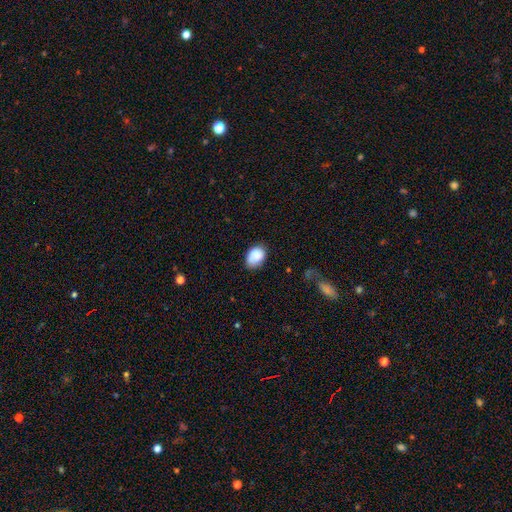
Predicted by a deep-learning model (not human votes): smooth 87%, star or artifact 7%, featured or disk 5%. Down the decision tree: how rounded — in between (80%); merging — none (70%).